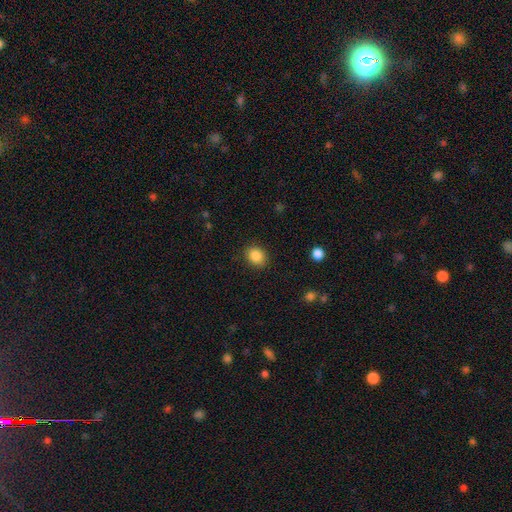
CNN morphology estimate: smooth_or_featured: smooth (p=0.87) [alt: star or artifact p=0.10]
how_rounded: round (p=0.62) [alt: in between p=0.37]
merging: none (p=0.88) [alt: minor disturbance p=0.08]